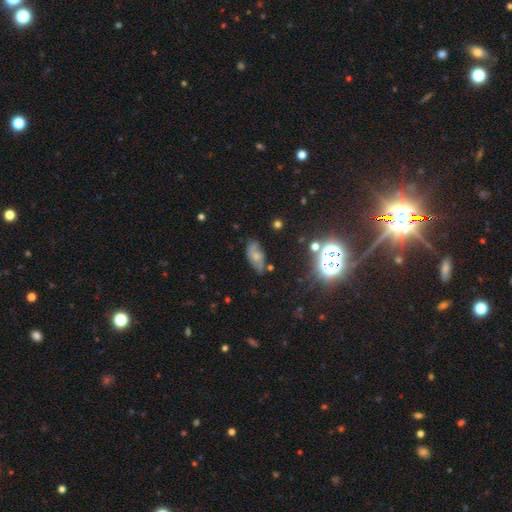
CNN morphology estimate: Smooth or featured: smooth — 52% (featured or disk — 33%)
How rounded: in between — 87% (cigar-shaped — 7%)
Merging: none — 63% (minor disturbance — 26%)